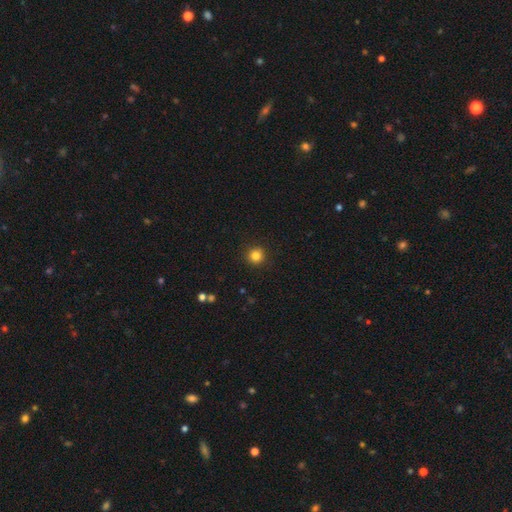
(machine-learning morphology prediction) type=smooth (83%); roundness=round (95%); merging=none (92%).